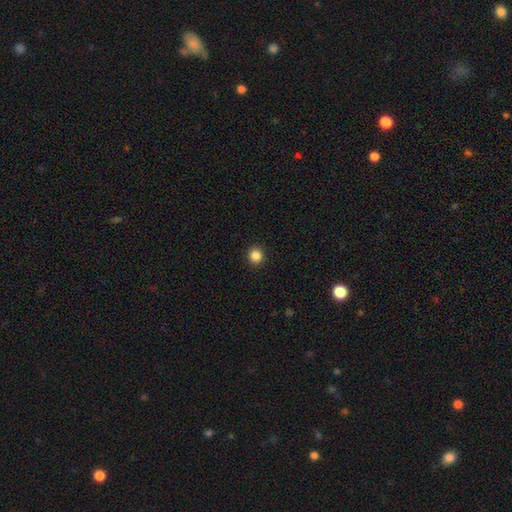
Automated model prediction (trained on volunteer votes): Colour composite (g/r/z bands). It shows a smooth galaxy with no disk features (85%) that is round (91%). Merging: none (93%).